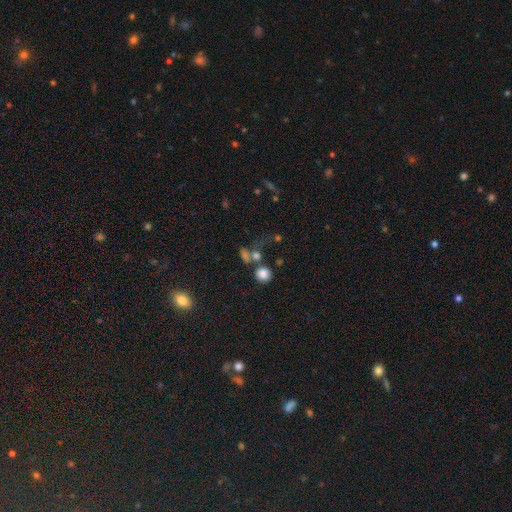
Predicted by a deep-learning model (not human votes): A smooth galaxy with no disk features (70%) that is round (75%). Merging: none (46%).